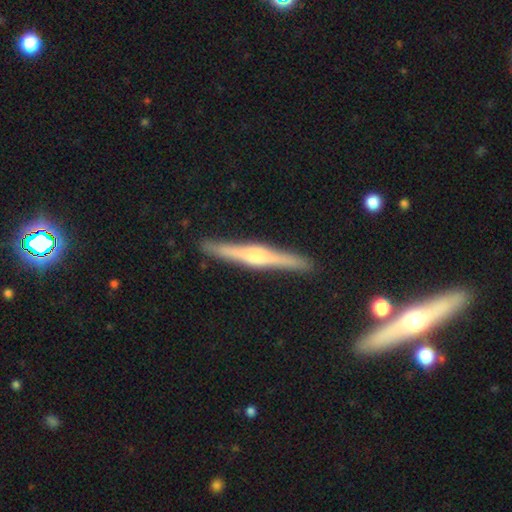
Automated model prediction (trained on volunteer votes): A featured or disk galaxy (76%) viewed edge-on (98%) with a rounded central bulge (67%).

Vote fractions:
- Smooth or featured? featured or disk: 76% / smooth: 18% / star or artifact: 5%
- Edge-on disk? yes: 98% / no: 2%
- Edge-on bulge? rounded: 67% / boxy: 24% / none: 8%
- Merging? none: 91% / minor disturbance: 6% / major disturbance: 1% / merger: 1%